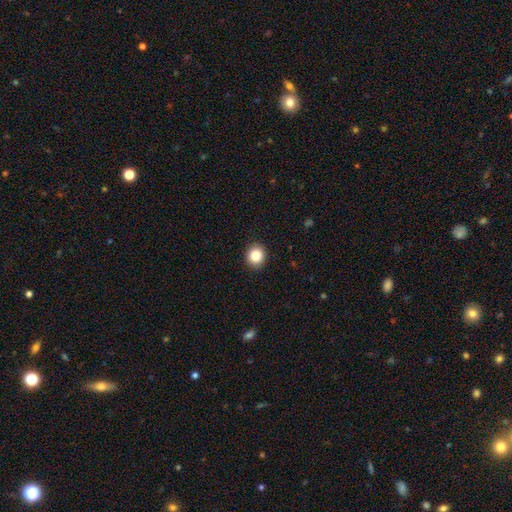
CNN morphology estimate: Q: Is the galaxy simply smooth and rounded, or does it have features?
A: smooth — 86%.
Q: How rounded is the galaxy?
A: round — 82%.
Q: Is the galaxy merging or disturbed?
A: none — 91%.